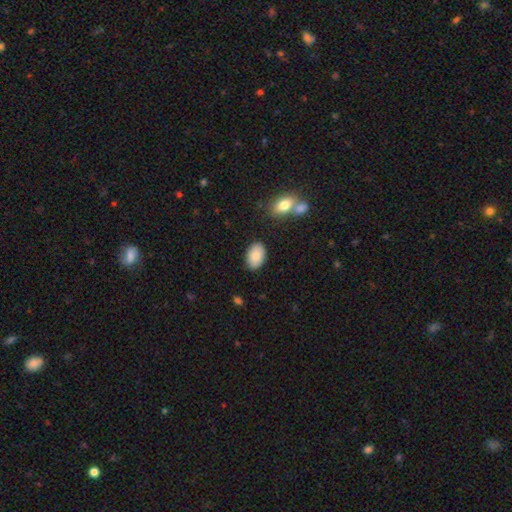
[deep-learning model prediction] Smooth or featured?
  - smooth: 85% *
  - featured or disk: 8%
  - star or artifact: 7%
How rounded?
  - in between: 92% *
  - round: 7%
  - cigar-shaped: 1%
Merging?
  - none: 84% *
  - minor disturbance: 11%
  - merger: 2%
  - major disturbance: 2%